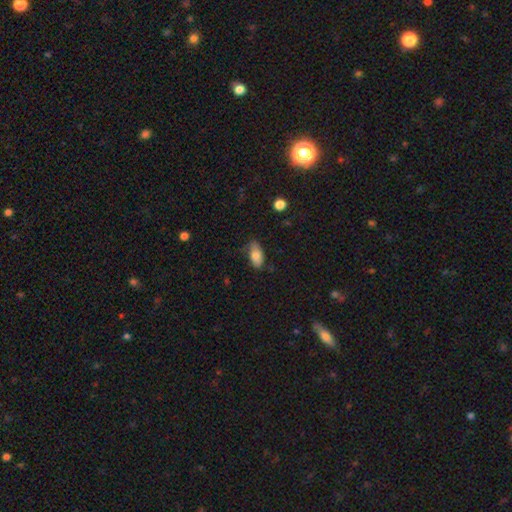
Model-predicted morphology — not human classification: A smooth galaxy with no disk features (80%) that is in between round and cigar-shaped (90%).

Vote fractions:
- Smooth or featured? smooth: 80% / featured or disk: 12% / star or artifact: 7%
- How rounded? in between: 90% / cigar-shaped: 6% / round: 4%
- Merging? none: 60% / minor disturbance: 31% / major disturbance: 8% / merger: 2%